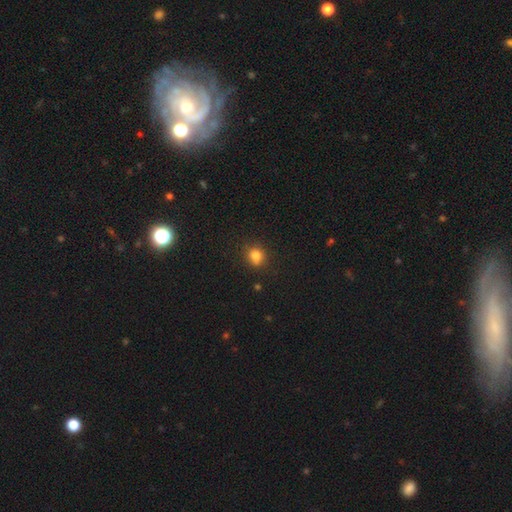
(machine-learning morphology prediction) type=smooth (81%); roundness=round (73%); merging=none (72%).